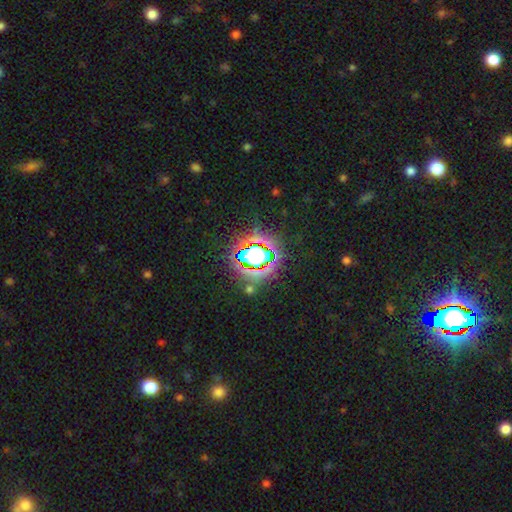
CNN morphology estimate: Smooth or featured: star or artifact — 72% (smooth — 15%)